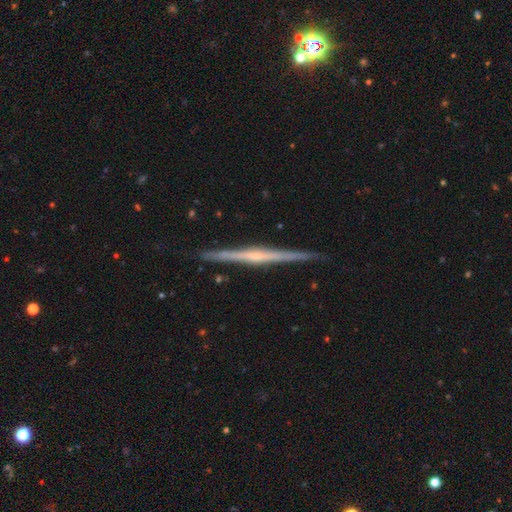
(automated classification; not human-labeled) Smooth or featured? featured or disk (82%)
Edge-on disk? yes (99%)
Edge-on bulge? rounded (51%)
Merging? none (91%)